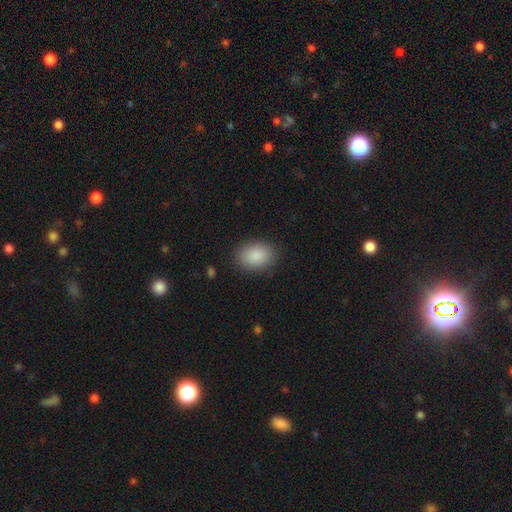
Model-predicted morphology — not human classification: Smooth or featured? Predicted: smooth (p=0.89). How rounded? Predicted: in between (p=0.81). Merging? Predicted: none (p=0.87).